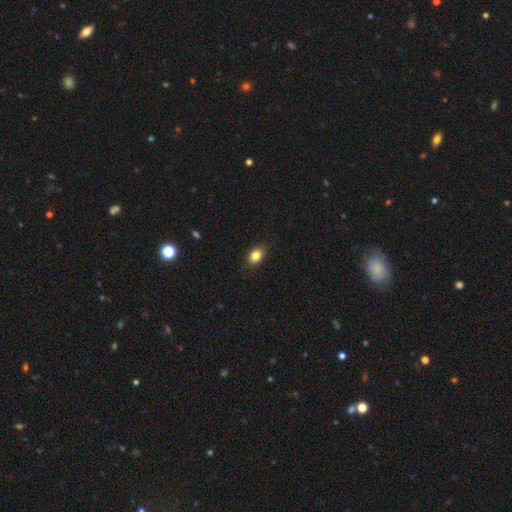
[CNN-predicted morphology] A smooth galaxy with no disk features (84%) that is in between round and cigar-shaped (75%). Merging: none (86%).